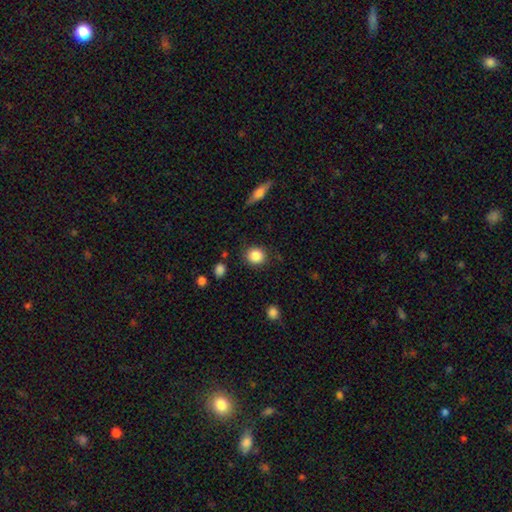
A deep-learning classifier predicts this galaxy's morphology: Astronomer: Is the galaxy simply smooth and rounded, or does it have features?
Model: smooth — 86%.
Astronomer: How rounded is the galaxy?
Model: round — 85%.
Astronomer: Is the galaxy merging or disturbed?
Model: none — 87%.